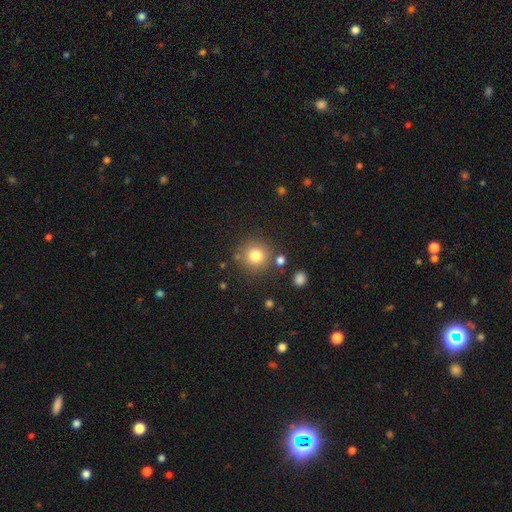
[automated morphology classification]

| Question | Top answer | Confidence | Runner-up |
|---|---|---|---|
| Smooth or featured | smooth | 79% | star or artifact (13%) |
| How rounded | round | 94% | in between (5%) |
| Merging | none | 83% | minor disturbance (8%) |